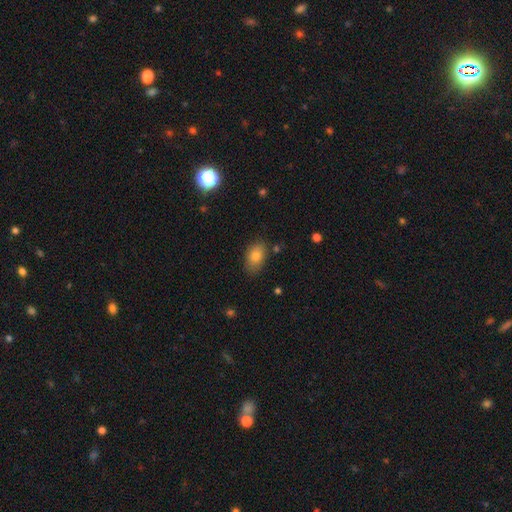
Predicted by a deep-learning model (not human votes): A smooth galaxy with no disk features (80%) that is in between round and cigar-shaped (87%).

Vote fractions:
- Smooth or featured? smooth: 80% / featured or disk: 11% / star or artifact: 9%
- How rounded? in between: 87% / round: 11% / cigar-shaped: 2%
- Merging? none: 79% / minor disturbance: 15% / major disturbance: 3% / merger: 2%